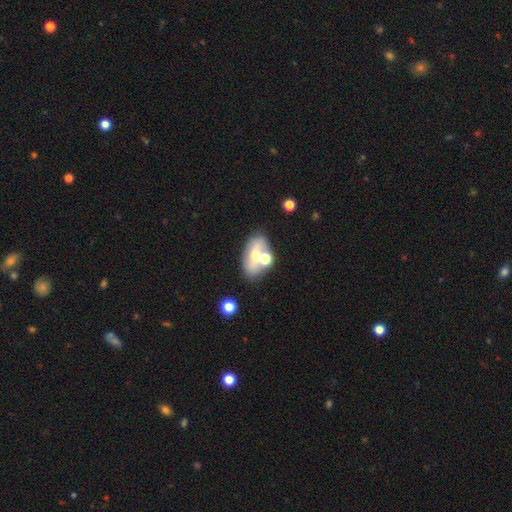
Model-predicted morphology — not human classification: smooth 52%, featured or disk 38%, star or artifact 10%. Down the decision tree: how rounded — in between (83%); merging — none (55%).